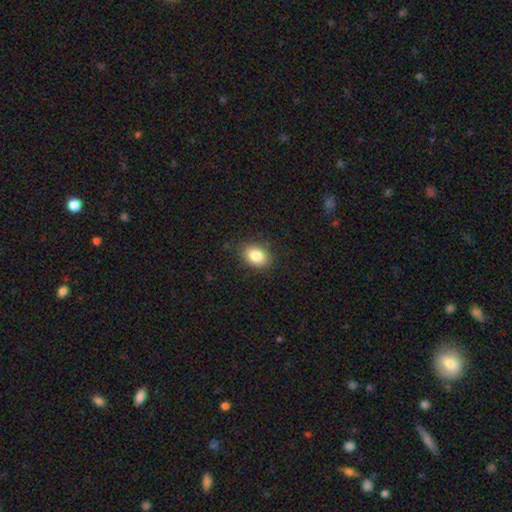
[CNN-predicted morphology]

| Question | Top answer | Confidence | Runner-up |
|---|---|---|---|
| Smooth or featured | smooth | 85% | star or artifact (8%) |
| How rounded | in between | 79% | round (20%) |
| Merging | none | 84% | minor disturbance (12%) |